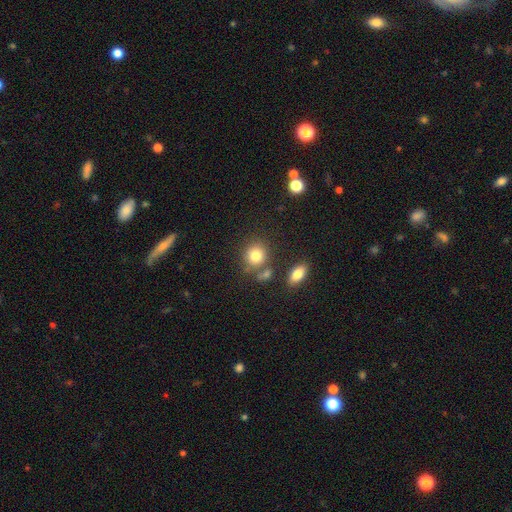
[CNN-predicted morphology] Smooth or featured? smooth (81%)
How rounded? round (77%)
Merging? none (67%)